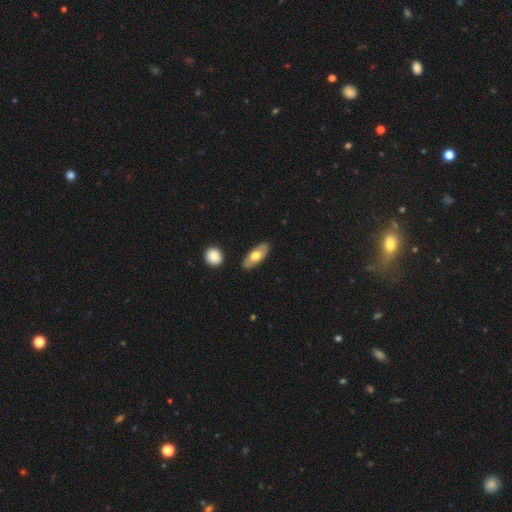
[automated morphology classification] The model was most divided on "smooth or featured": smooth: 59%, featured or disk: 35%, star or artifact: 5%. More confident: how rounded — in between (85%); merging — none (82%).